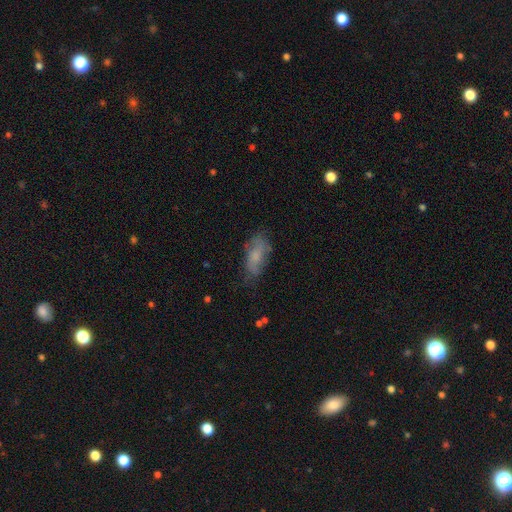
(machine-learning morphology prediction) A smooth galaxy with no disk features (60%) that is in between round and cigar-shaped (83%). Merging: none (60%).